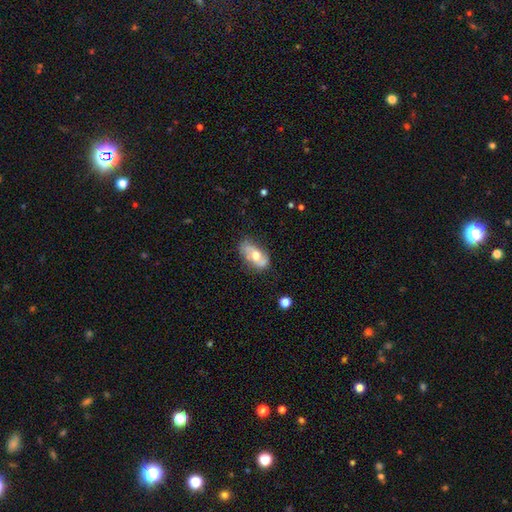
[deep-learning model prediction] Smooth or featured?
  - featured or disk: 53% *
  - smooth: 40%
  - star or artifact: 7%
Edge-on disk?
  - no: 89% *
  - yes: 11%
Merging?
  - none: 59% *
  - minor disturbance: 27%
  - major disturbance: 10%
  - merger: 4%